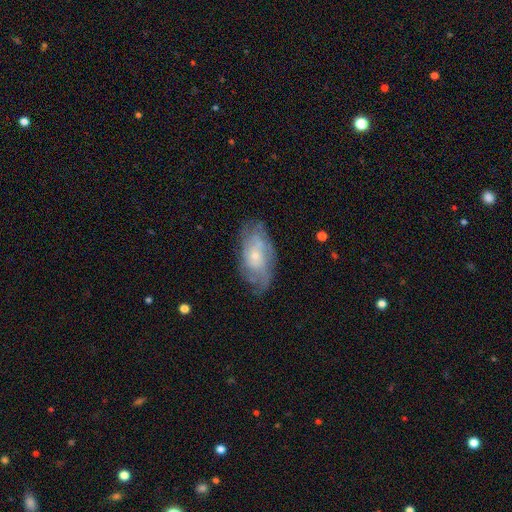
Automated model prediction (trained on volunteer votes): A featured or disk galaxy (66%) with no bar (76%), spiral arms (80%) and a small central bulge (67%).

Vote fractions:
- Smooth or featured? featured or disk: 66% / smooth: 27% / star or artifact: 7%
- Edge-on disk? no: 93% / yes: 7%
- Bar? no: 76% / weak: 21% / strong: 3%
- Spiral arms? yes: 80% / no: 20%
- Bulge size? small: 67% / moderate: 27% / none: 3% / large: 2% / dominant: 1%
- Merging? none: 67% / minor disturbance: 22% / major disturbance: 9% / merger: 1%